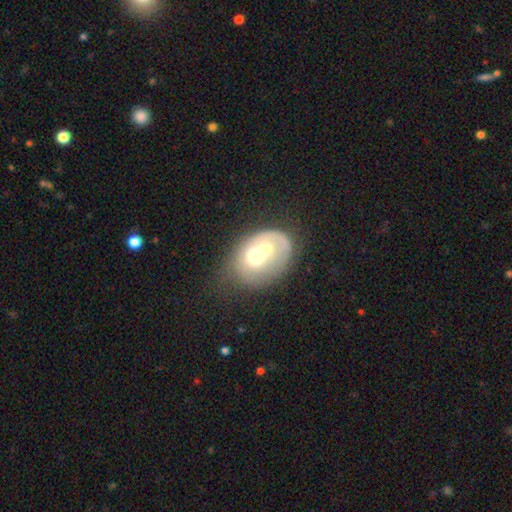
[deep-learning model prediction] featured or disk 48%, smooth 44%, star or artifact 8%. Down the decision tree: merging — merger (59%).